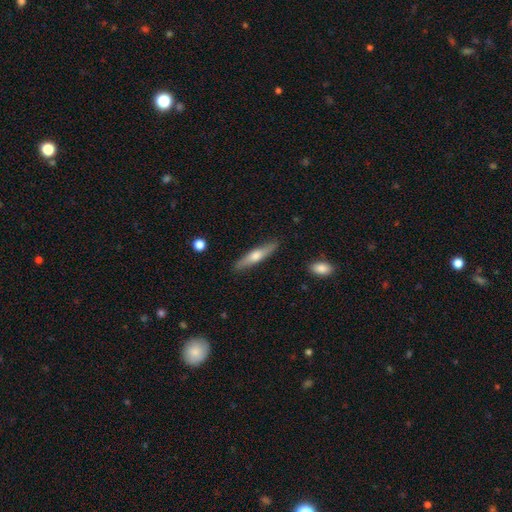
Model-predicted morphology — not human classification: The model was most divided on "smooth or featured": featured or disk: 50%, smooth: 44%, star or artifact: 6%. More confident: merging — none (88%).